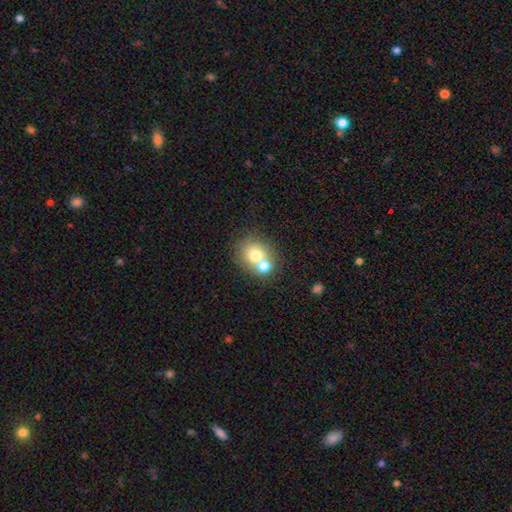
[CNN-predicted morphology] This appears to be a smooth galaxy with no disk features (71%) that is round (73%). Merging: merger (47%).